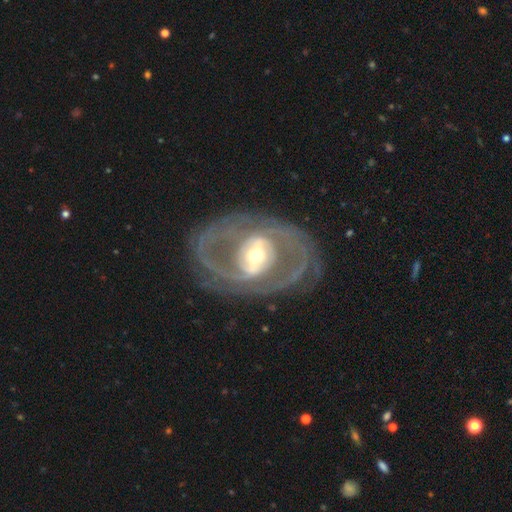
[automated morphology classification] smooth-or-featured: featured or disk: 88% | smooth: 7% | star or artifact: 5%
  disk-edge-on: no: 95% | yes: 5%
    bar: strong: 46% | weak: 35% | no: 20%
    has-spiral-arms: yes: 84% | no: 16%
      spiral-winding: medium: 43% | tight: 40% | loose: 17%
      spiral-arm-count: 2: 74% | can't tell: 12% | 3: 5% | 1: 3% | 4: 2% | more than 4: 2%
    bulge-size: moderate: 62% | small: 24% | large: 11% | dominant: 1% | none: 1%
  merging: none: 75% | minor disturbance: 13% | major disturbance: 11% | merger: 2%